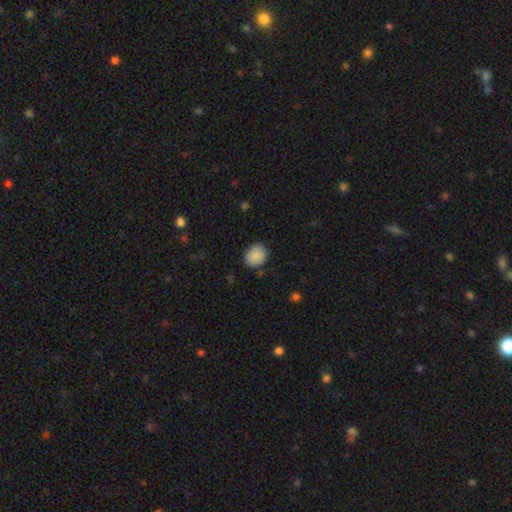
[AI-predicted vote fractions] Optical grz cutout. It shows a smooth galaxy with no disk features (89%) that is round (63%). Merging: none (83%).